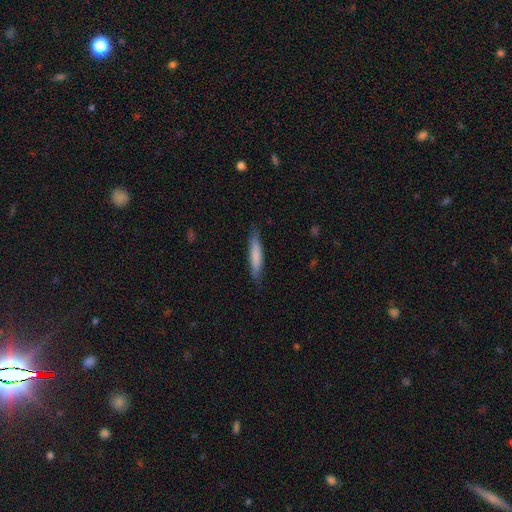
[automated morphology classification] This is likely a smooth galaxy (76%). How rounded: clearly cigar-shaped (90%). Merging: clearly none (85%).